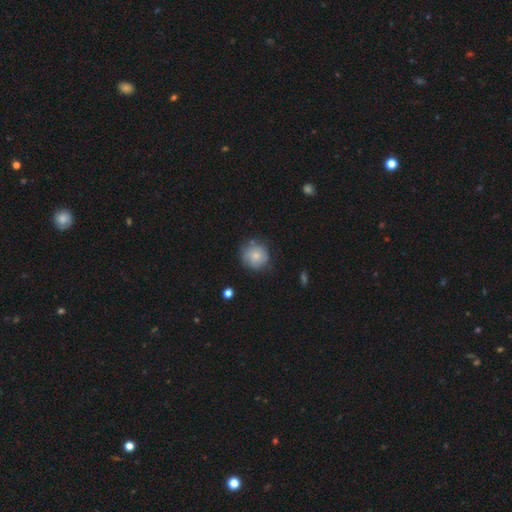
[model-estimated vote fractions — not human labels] Morphology: type=smooth (68%); roundness=round (91%); merging=none (72%).